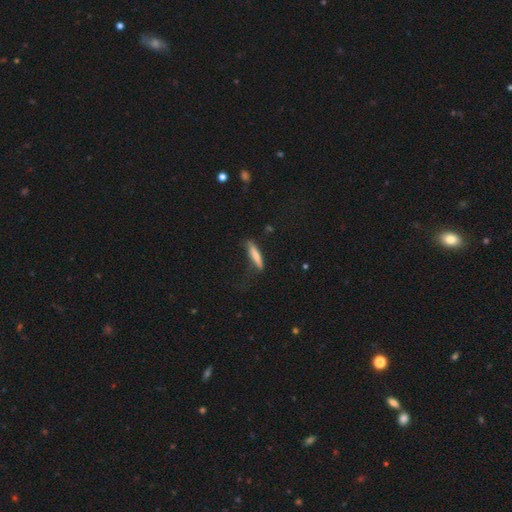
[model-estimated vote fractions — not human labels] smooth 68%, featured or disk 25%, star or artifact 7%. Down the decision tree: how rounded — cigar-shaped (86%); merging — none (63%).